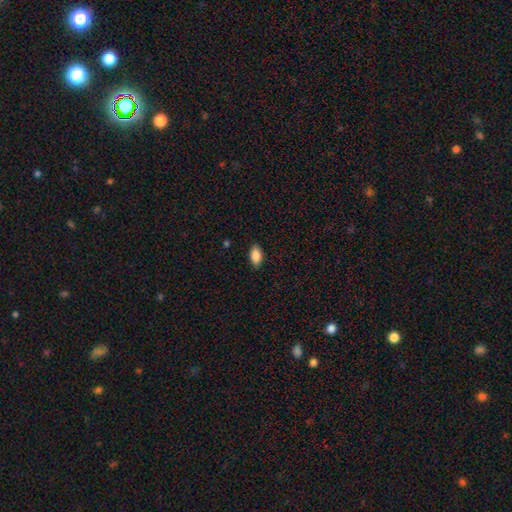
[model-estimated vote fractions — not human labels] Smooth or featured?
  - smooth: 87% *
  - star or artifact: 7%
  - featured or disk: 6%
How rounded?
  - in between: 91% *
  - cigar-shaped: 5%
  - round: 4%
Merging?
  - none: 87% *
  - minor disturbance: 10%
  - major disturbance: 2%
  - merger: 1%